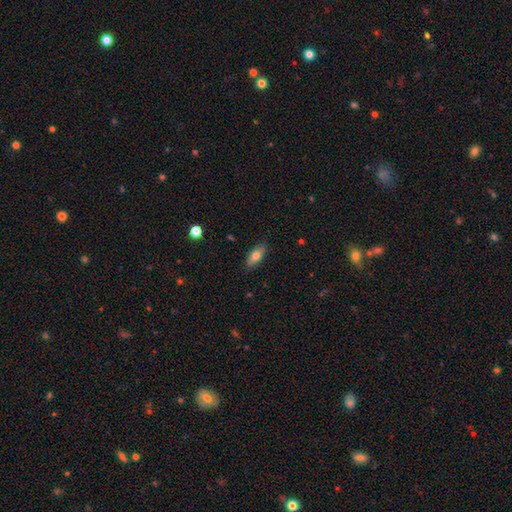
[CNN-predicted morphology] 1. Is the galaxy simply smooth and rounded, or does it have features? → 74% smooth, 18% featured or disk, 7% star or artifact.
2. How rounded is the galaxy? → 84% in between, 13% cigar-shaped, 3% round.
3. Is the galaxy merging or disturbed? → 85% none, 12% minor disturbance, 2% major disturbance, 1% merger.